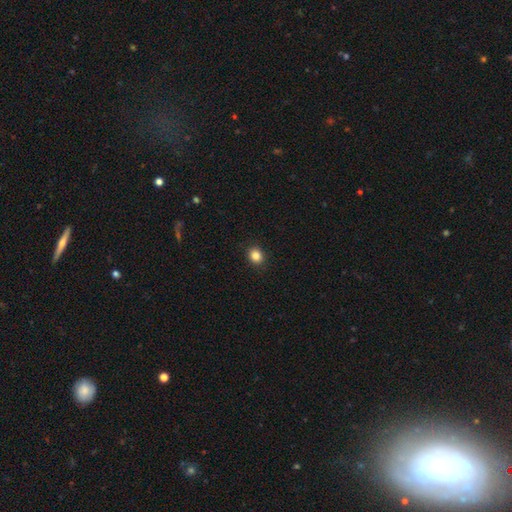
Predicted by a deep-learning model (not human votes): A smooth galaxy with no disk features (85%) that is round (68%).

Vote fractions:
- Smooth or featured? smooth: 85% / star or artifact: 11% / featured or disk: 4%
- How rounded? round: 68% / in between: 31% / cigar-shaped: 1%
- Merging? none: 91% / minor disturbance: 6% / major disturbance: 2% / merger: 1%